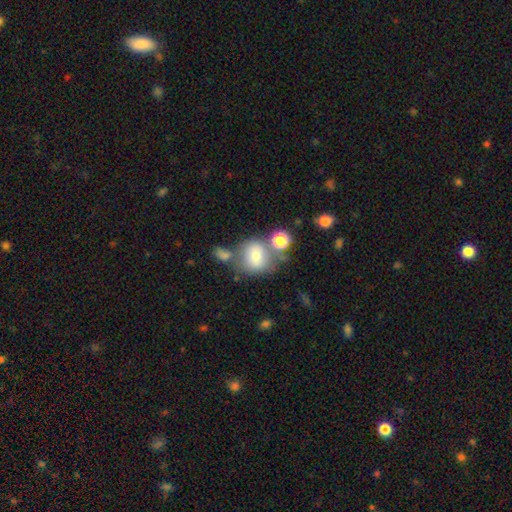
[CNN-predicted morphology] type=smooth (68%); roundness=round (83%); merging=none (49%).